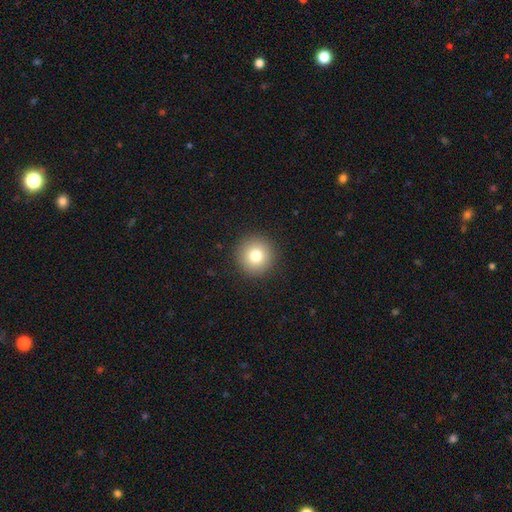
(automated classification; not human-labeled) Morphology: type=smooth (79%); roundness=round (95%); merging=none (92%).